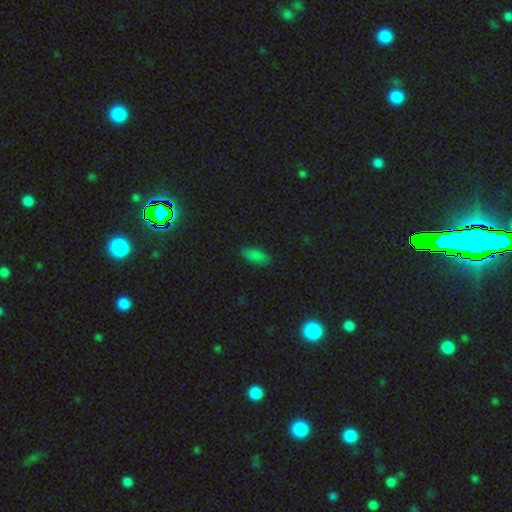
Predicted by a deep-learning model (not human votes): Q: Smooth or featured?
A: smooth (78%); runner-up: star or artifact (15%)
Q: How rounded?
A: in between (88%); runner-up: cigar-shaped (9%)
Q: Merging?
A: none (79%); runner-up: minor disturbance (16%)